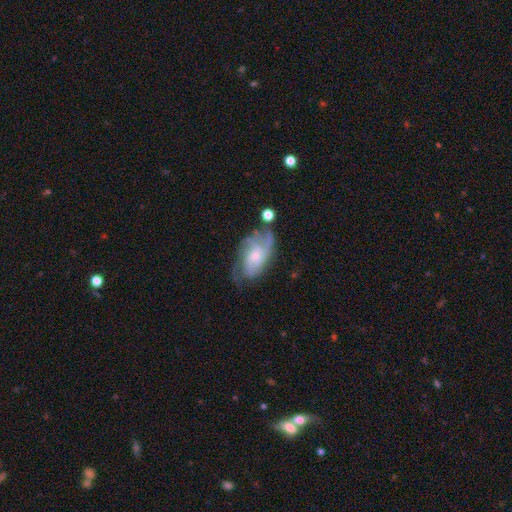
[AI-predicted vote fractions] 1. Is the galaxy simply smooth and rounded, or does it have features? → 71% featured or disk, 21% smooth, 7% star or artifact.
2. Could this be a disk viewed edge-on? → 95% no, 5% yes.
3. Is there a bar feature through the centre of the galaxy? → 71% no, 25% weak, 4% strong.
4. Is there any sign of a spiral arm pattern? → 87% yes, 13% no.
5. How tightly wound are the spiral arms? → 41% medium, 40% tight, 19% loose.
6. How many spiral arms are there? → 39% can't tell, 21% 2, 20% 3, 10% 4, 5% 1, 4% more than 4.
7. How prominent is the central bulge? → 44% small, 41% moderate, 8% none, 6% large, 1% dominant.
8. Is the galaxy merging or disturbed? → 49% none, 26% minor disturbance, 19% major disturbance, 5% merger.